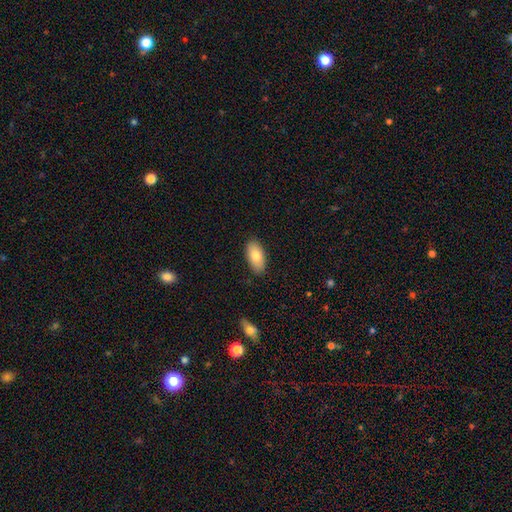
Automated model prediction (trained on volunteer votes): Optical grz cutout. It shows a smooth galaxy with no disk features (82%) that is in between round and cigar-shaped (93%). Merging: none (87%).